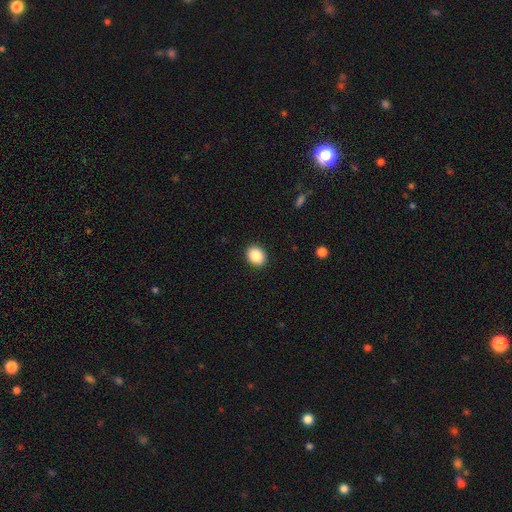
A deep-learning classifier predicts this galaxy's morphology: A smooth galaxy with no disk features (88%) that is round (56%). Merging: none (90%).